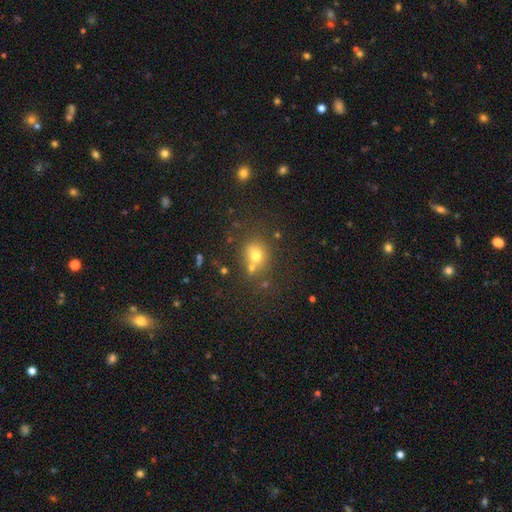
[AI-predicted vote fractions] Q: Smooth or featured?
A: smooth (68%); runner-up: star or artifact (18%)
Q: How rounded?
A: round (73%); runner-up: in between (26%)
Q: Merging?
A: none (56%); runner-up: merger (26%)